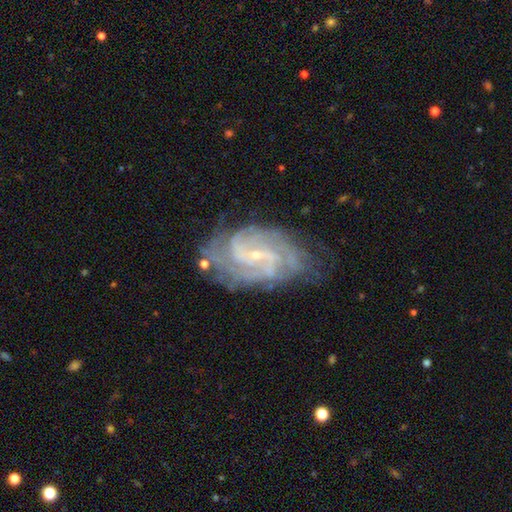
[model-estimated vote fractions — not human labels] Smooth or featured? Predicted: featured or disk (p=0.90). Edge-on disk? Predicted: no (p=0.97). Bar? Predicted: weak (p=0.46). Spiral arms? Predicted: yes (p=0.97). Spiral winding? Predicted: tight (p=0.52). Spiral arm count? Predicted: 2 (p=0.31). Bulge size? Predicted: small (p=0.85). Merging? Predicted: none (p=0.71).